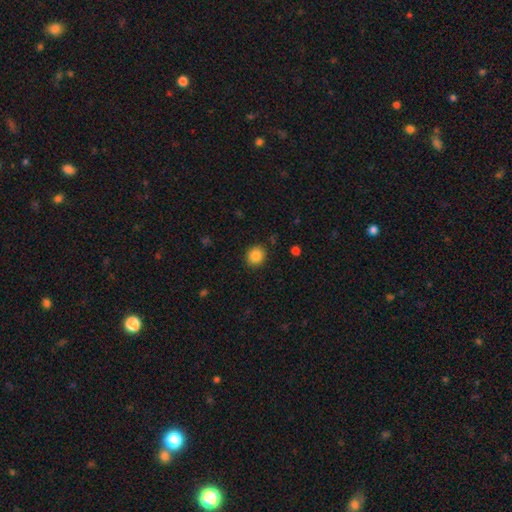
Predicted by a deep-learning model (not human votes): Smooth or featured: smooth — 86% (star or artifact — 9%)
How rounded: round — 78% (in between — 21%)
Merging: none — 89% (minor disturbance — 8%)